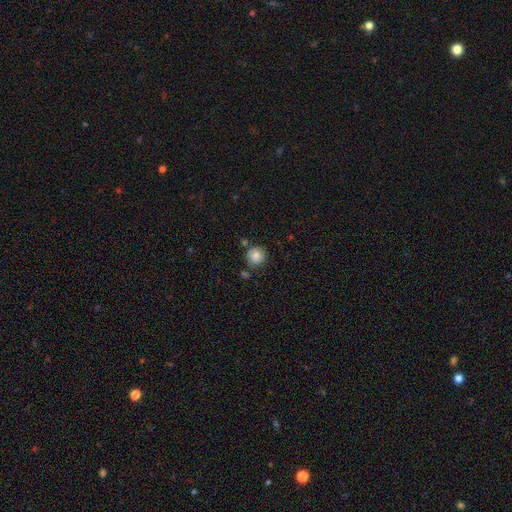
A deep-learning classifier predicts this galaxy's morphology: Smooth or featured? smooth (83%)
How rounded? round (93%)
Merging? none (79%)